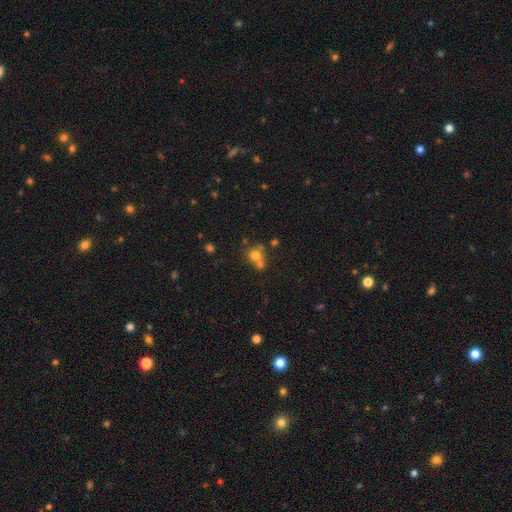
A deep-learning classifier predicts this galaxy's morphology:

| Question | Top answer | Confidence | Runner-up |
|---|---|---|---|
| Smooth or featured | smooth | 69% | star or artifact (17%) |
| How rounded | round | 86% | in between (13%) |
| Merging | none | 46% | merger (43%) |